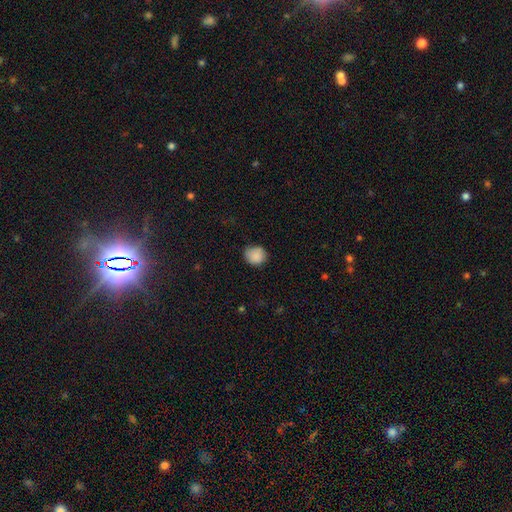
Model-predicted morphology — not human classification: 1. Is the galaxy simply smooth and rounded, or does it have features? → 88% smooth, 8% star or artifact, 4% featured or disk.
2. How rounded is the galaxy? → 82% round, 17% in between, 1% cigar-shaped.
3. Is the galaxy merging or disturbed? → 75% none, 20% minor disturbance, 3% major disturbance, 1% merger.